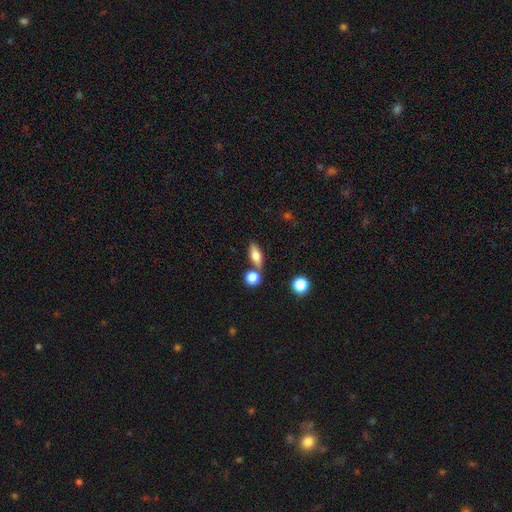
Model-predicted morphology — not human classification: type=smooth (66%); roundness=in between (59%); merging=none (68%).